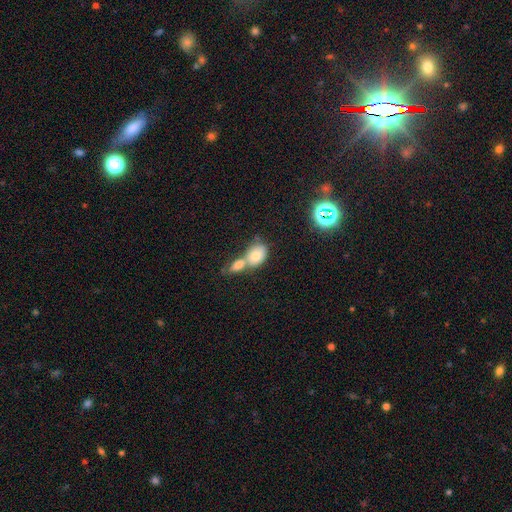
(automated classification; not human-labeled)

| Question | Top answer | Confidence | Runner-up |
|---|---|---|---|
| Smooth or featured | smooth | 76% | featured or disk (14%) |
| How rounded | in between | 74% | round (24%) |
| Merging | merger | 60% | none (28%) |